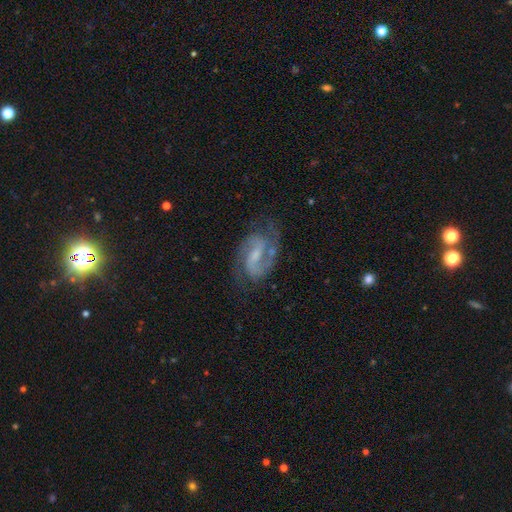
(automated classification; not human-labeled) This appears to be a featured or disk galaxy (88%) with a weak bar (54%), 2 (89%) medium (57%) spiral arms (97%) and a small central bulge (49%). Merging: none (72%).